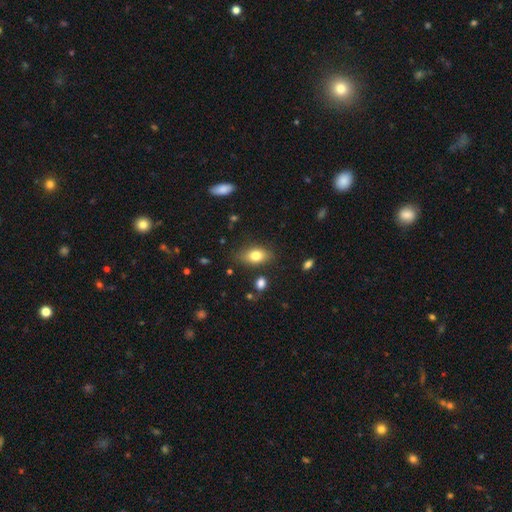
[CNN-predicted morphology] Q: Smooth or featured?
A: smooth (78%); runner-up: featured or disk (13%)
Q: How rounded?
A: in between (84%); runner-up: round (12%)
Q: Merging?
A: none (78%); runner-up: minor disturbance (16%)